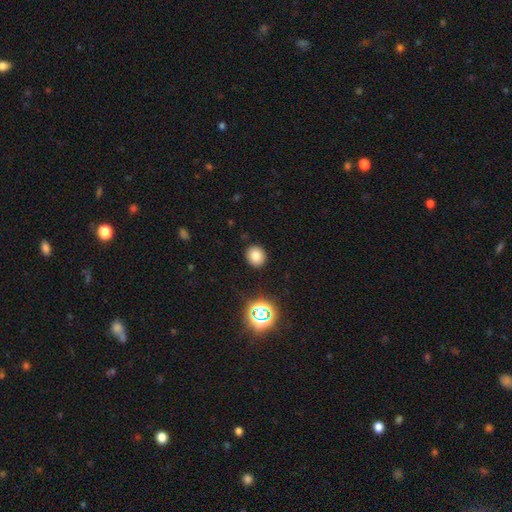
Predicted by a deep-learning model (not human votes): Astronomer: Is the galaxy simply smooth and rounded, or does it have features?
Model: smooth — 77%.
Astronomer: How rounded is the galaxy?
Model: round — 82%.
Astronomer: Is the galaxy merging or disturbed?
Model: none — 90%.